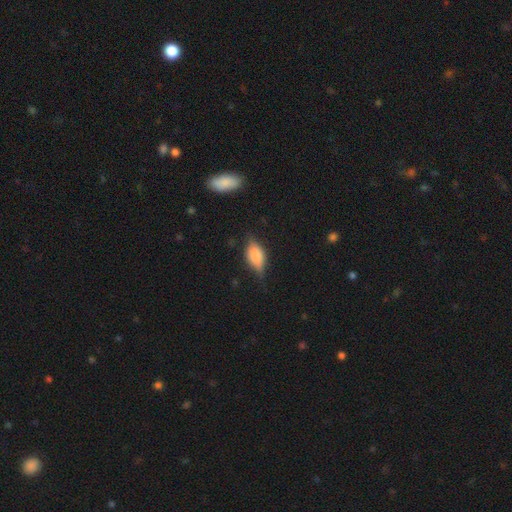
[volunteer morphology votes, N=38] This appears to be a smooth galaxy with no disk features (63%) that is in between round and cigar-shaped (83%). Merging: none (57%).